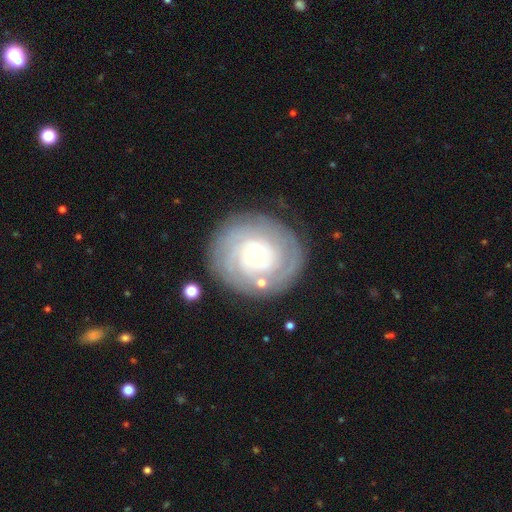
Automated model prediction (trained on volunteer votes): A featured or disk galaxy (77%) with no bar (83%), tight (81%) spiral arms (91%) and a small central bulge (78%).

Vote fractions:
- Smooth or featured? featured or disk: 77% / smooth: 16% / star or artifact: 6%
- Edge-on disk? no: 97% / yes: 3%
- Bar? no: 83% / weak: 13% / strong: 4%
- Spiral arms? yes: 91% / no: 9%
- Spiral winding? tight: 81% / medium: 14% / loose: 4%
- Spiral arm count? can't tell: 38% / 2: 18% / 3: 16% / 4: 13% / more than 4: 8% / 1: 7%
- Bulge size? small: 78% / moderate: 15% / large: 3% / dominant: 2% / none: 1%
- Merging? none: 82% / minor disturbance: 11% / major disturbance: 4% / merger: 2%